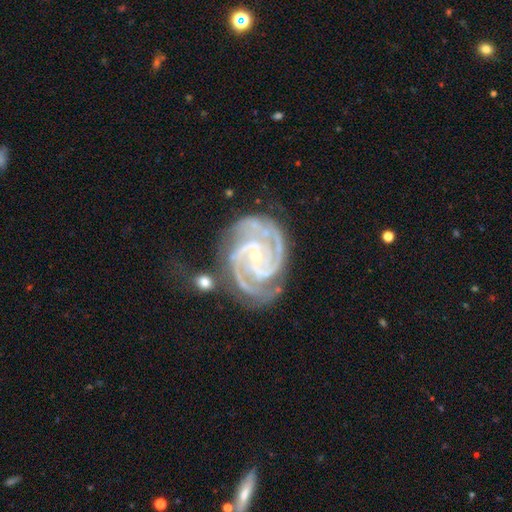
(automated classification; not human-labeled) A featured or disk galaxy (93%) with no bar (55%), 3 (42%) tight (68%) spiral arms (99%) and a small central bulge (77%). Merging: none (63%).